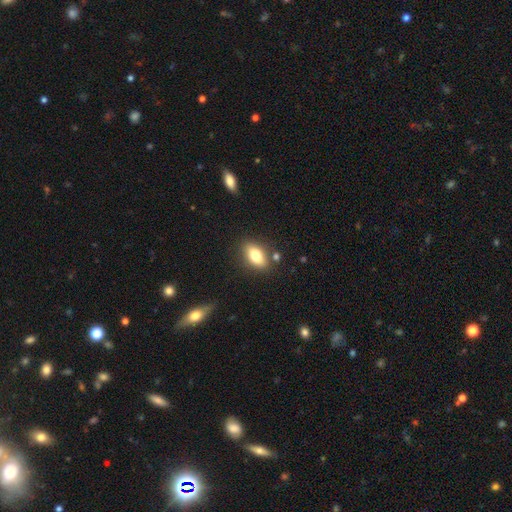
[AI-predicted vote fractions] Morphology: type=smooth (79%); roundness=in between (86%); merging=none (79%).